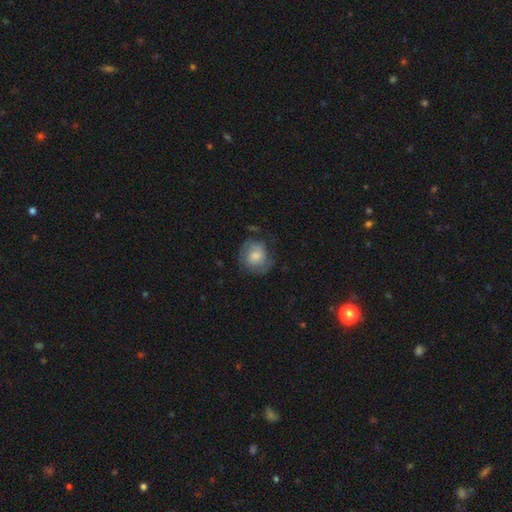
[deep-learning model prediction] Q: Smooth or featured?
A: smooth (58%); runner-up: featured or disk (35%)
Q: How rounded?
A: round (81%); runner-up: in between (18%)
Q: Merging?
A: none (61%); runner-up: minor disturbance (24%)